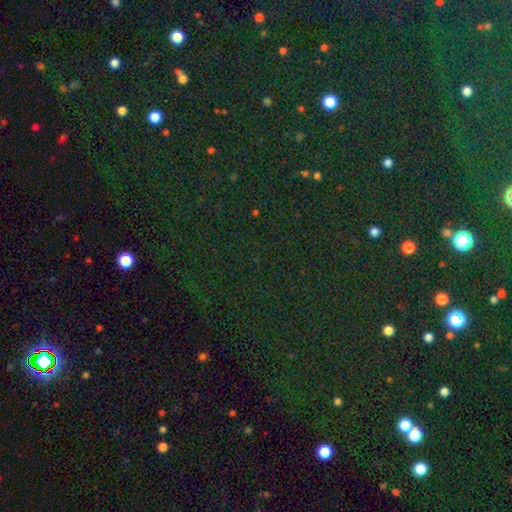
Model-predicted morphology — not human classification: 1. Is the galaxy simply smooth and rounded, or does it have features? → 78% star or artifact, 14% smooth, 8% featured or disk.